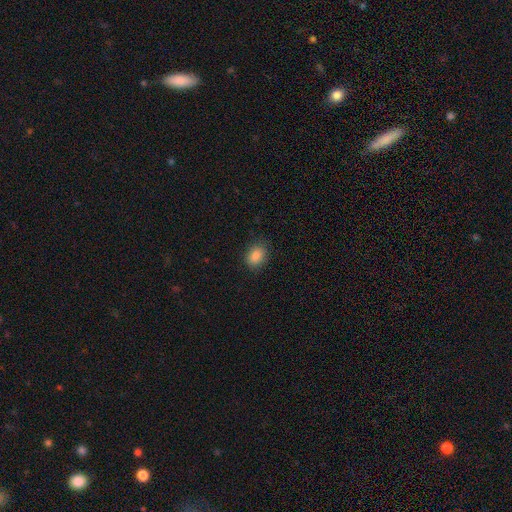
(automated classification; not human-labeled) smooth-or-featured: smooth: 87% | star or artifact: 9% | featured or disk: 4%
  how-rounded: in between: 74% | round: 24% | cigar-shaped: 1%
  merging: none: 84% | minor disturbance: 12% | major disturbance: 3% | merger: 1%